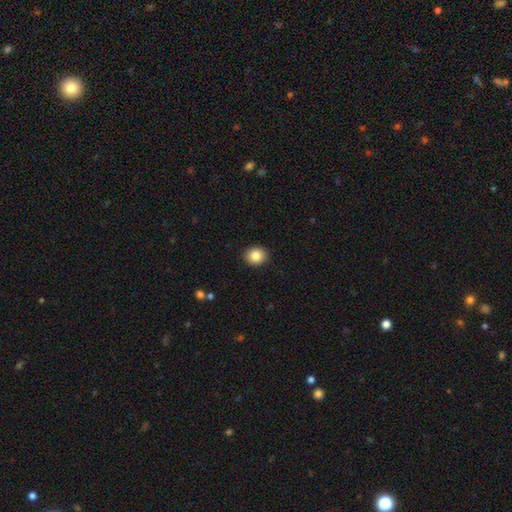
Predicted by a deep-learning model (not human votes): Overall: smooth (85%). How rounded: round (76%). Merging: none (92%).